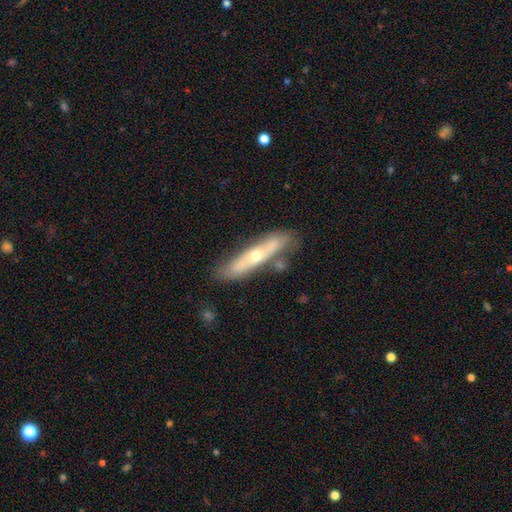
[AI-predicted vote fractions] This is possibly a featured or disk galaxy (55%). It is possibly viewed edge-on (59%). Merging: likely none (66%).